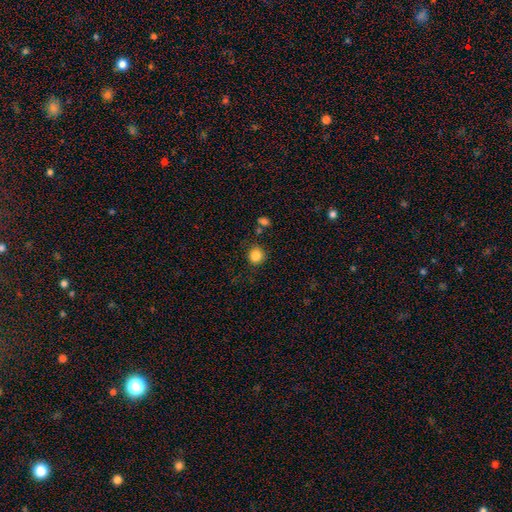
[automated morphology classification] The model was most divided on "smooth or featured": smooth: 85%, star or artifact: 10%, featured or disk: 4%. More confident: how rounded — round (90%); merging — none (85%).